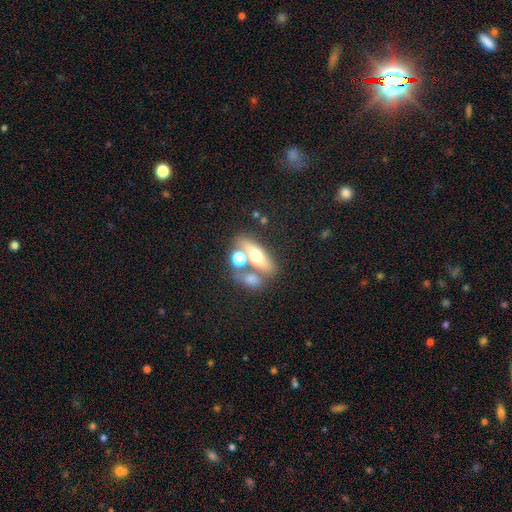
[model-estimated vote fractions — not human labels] This appears to be a smooth galaxy with no disk features (55%) that is in between round and cigar-shaped (57%). Merging: none (49%).